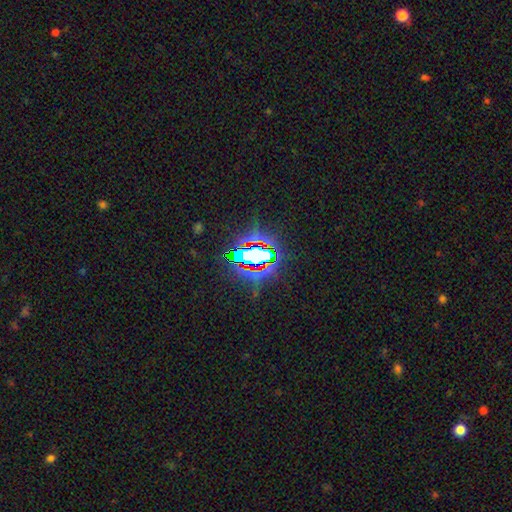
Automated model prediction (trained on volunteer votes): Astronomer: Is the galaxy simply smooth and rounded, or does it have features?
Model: star or artifact — 69%.